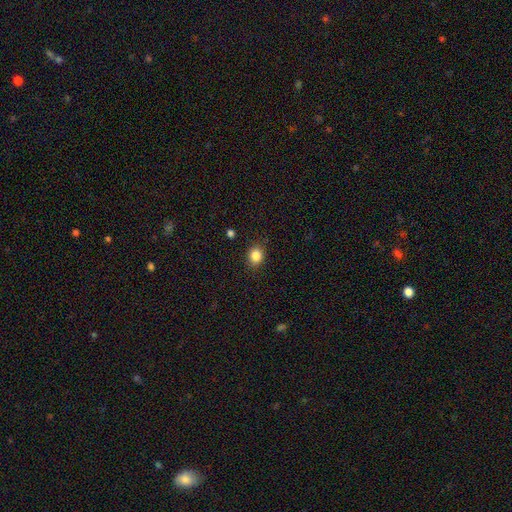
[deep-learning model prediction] Overall: smooth (85%). How rounded: round (61%; in between 38%). Merging: none (85%).